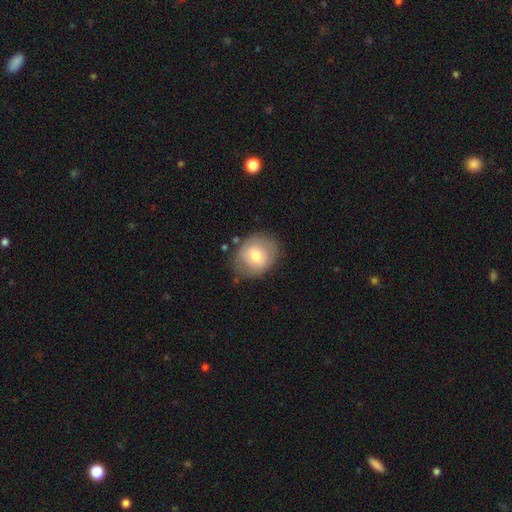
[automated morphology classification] type=smooth (69%); roundness=round (61%); merging=none (72%).